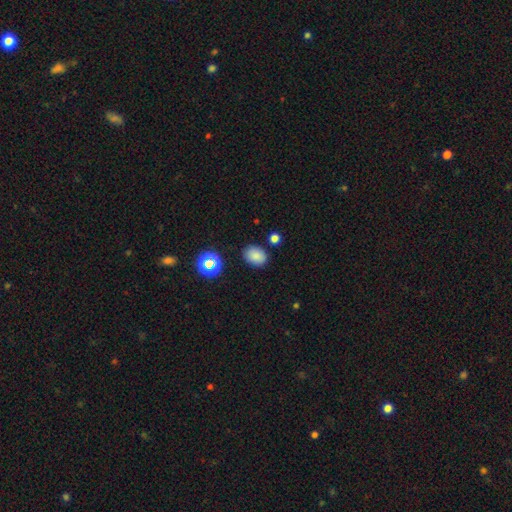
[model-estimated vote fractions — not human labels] Q: Smooth or featured?
A: smooth (82%); runner-up: star or artifact (13%)
Q: How rounded?
A: in between (69%); runner-up: round (30%)
Q: Merging?
A: none (83%); runner-up: minor disturbance (11%)